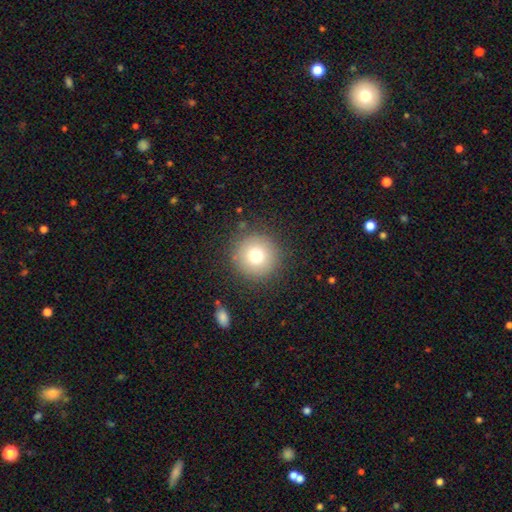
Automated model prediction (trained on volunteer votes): A smooth galaxy with no disk features (74%) that is round (96%). Merging: none (88%).